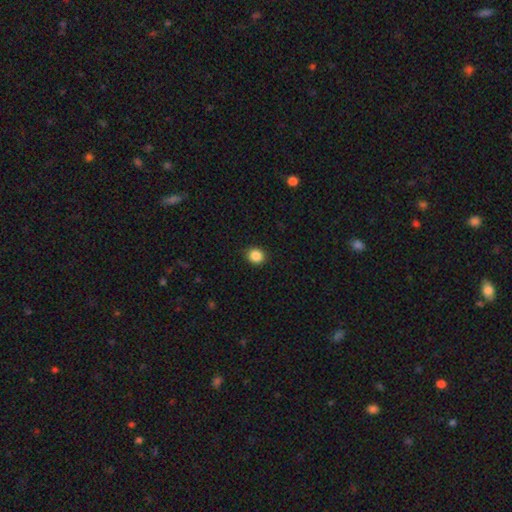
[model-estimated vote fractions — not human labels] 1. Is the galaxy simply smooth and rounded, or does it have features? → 86% smooth, 10% star or artifact, 3% featured or disk.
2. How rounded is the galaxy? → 83% round, 16% in between, 1% cigar-shaped.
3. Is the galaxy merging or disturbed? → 92% none, 5% minor disturbance, 2% major disturbance, 1% merger.